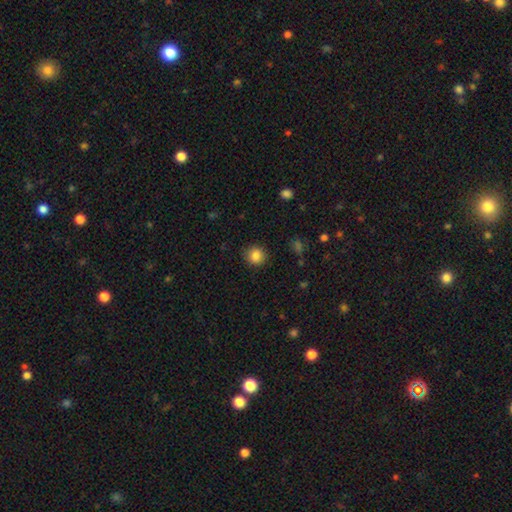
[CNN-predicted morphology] type=smooth (85%); roundness=round (89%); merging=none (89%).